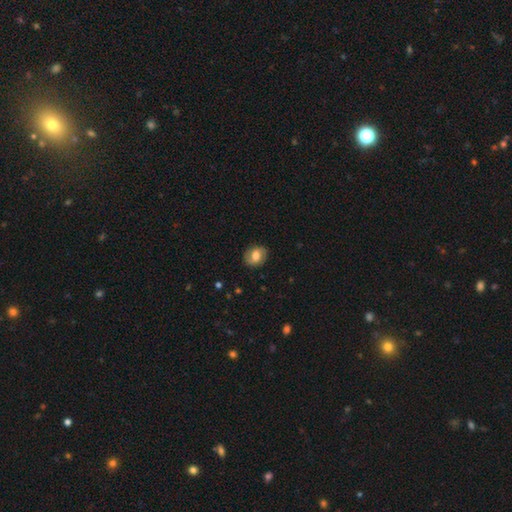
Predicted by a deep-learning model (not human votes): Overall: smooth (53%; featured or disk 38%). How rounded: round (51%; in between 48%). Merging: none (85%).